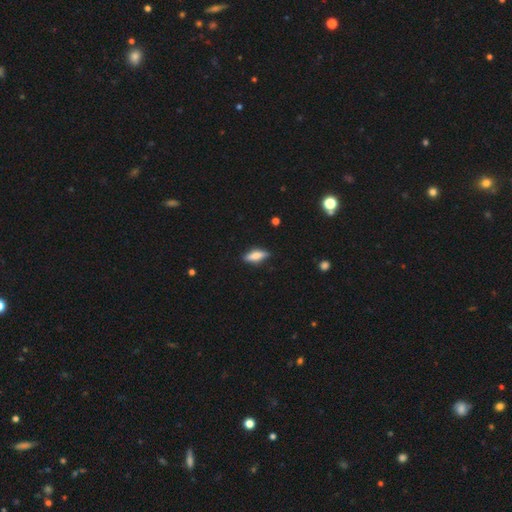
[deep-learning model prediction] smooth 61%, featured or disk 32%, star or artifact 7%. Down the decision tree: how rounded — in between (53%); merging — none (86%).